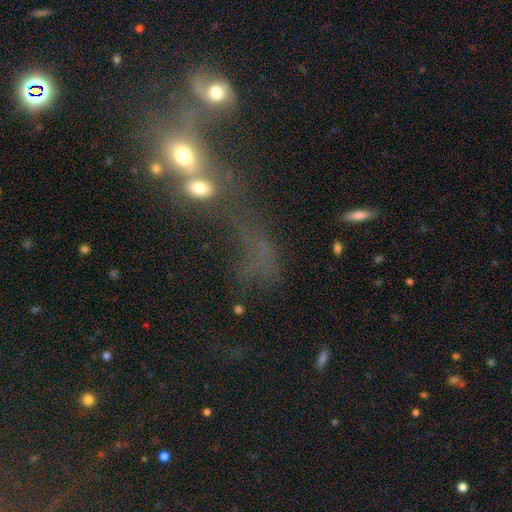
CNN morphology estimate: A star or artifact, not a galaxy (43%).